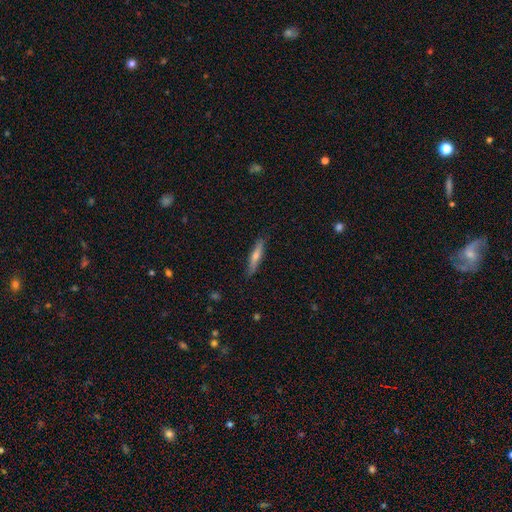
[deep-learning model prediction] featured or disk 47%, smooth 46%, star or artifact 7%. Down the decision tree: merging — none (88%).